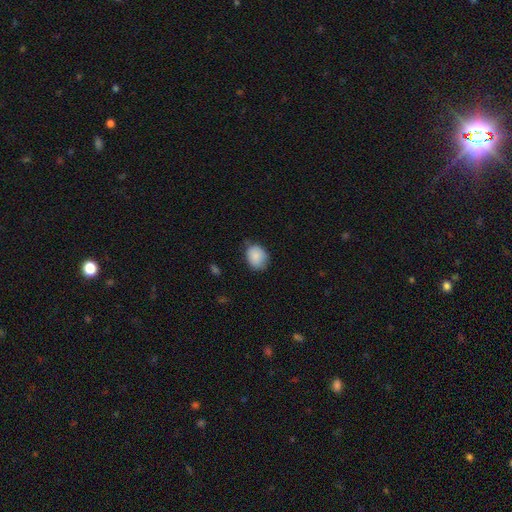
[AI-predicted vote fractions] smooth-or-featured: smooth: 86% | star or artifact: 7% | featured or disk: 6%
  how-rounded: in between: 53% | round: 46% | cigar-shaped: 1%
  merging: none: 65% | minor disturbance: 28% | major disturbance: 5% | merger: 2%